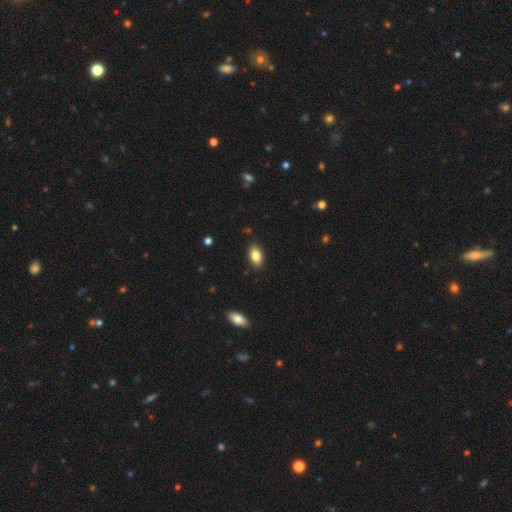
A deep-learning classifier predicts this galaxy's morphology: smooth_or_featured: smooth (p=0.83) [alt: featured or disk p=0.09]
how_rounded: in between (p=0.92) [alt: round p=0.05]
merging: none (p=0.88) [alt: minor disturbance p=0.09]